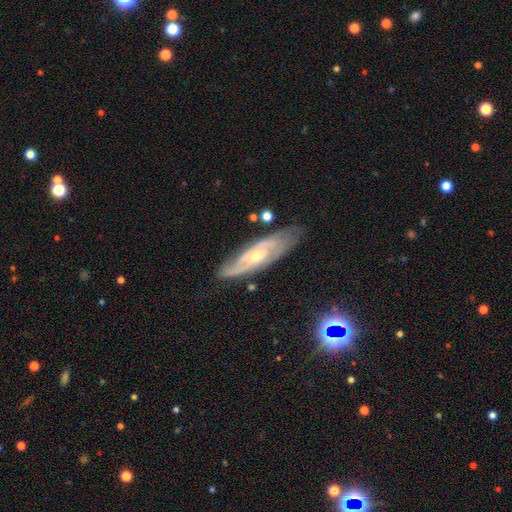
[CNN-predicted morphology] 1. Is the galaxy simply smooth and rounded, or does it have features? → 79% featured or disk, 14% smooth, 7% star or artifact.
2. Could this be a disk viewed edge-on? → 78% no, 22% yes.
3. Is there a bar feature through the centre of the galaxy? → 57% no, 34% weak, 9% strong.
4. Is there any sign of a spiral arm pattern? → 90% yes, 10% no.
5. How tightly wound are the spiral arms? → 48% tight, 40% medium, 12% loose.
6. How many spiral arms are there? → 50% 2, 34% can't tell, 8% 3, 3% 1, 3% 4, 2% more than 4.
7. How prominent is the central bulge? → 55% small, 41% moderate, 2% large, 1% none, 1% dominant.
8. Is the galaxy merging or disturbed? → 74% none, 19% minor disturbance, 5% major disturbance, 2% merger.